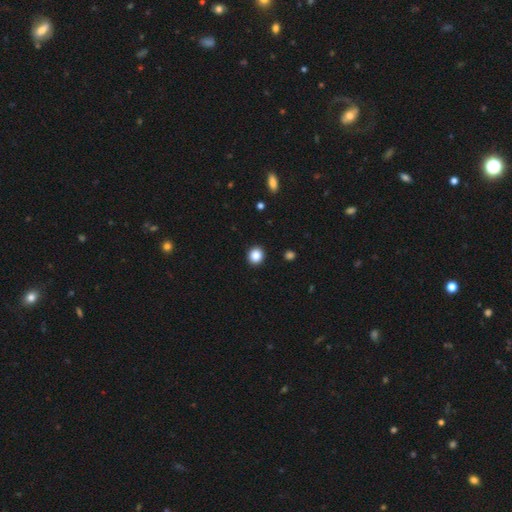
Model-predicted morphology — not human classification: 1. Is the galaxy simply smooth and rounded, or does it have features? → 86% smooth, 10% star or artifact, 4% featured or disk.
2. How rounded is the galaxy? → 86% round, 13% in between, 1% cigar-shaped.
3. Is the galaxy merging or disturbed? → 93% none, 5% minor disturbance, 2% major disturbance, 1% merger.